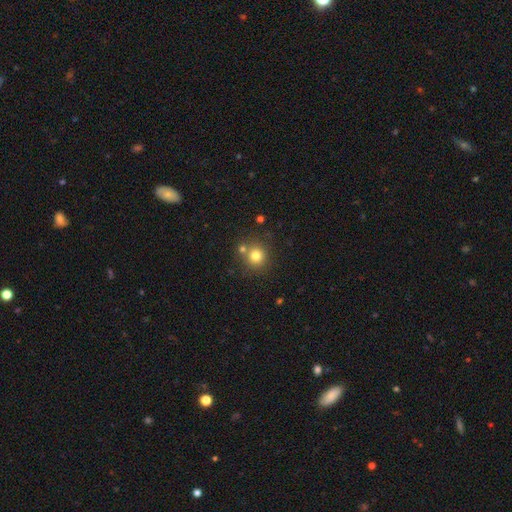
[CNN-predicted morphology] Smooth or featured? Predicted: smooth (p=0.78). How rounded? Predicted: round (p=0.92). Merging? Predicted: none (p=0.71).